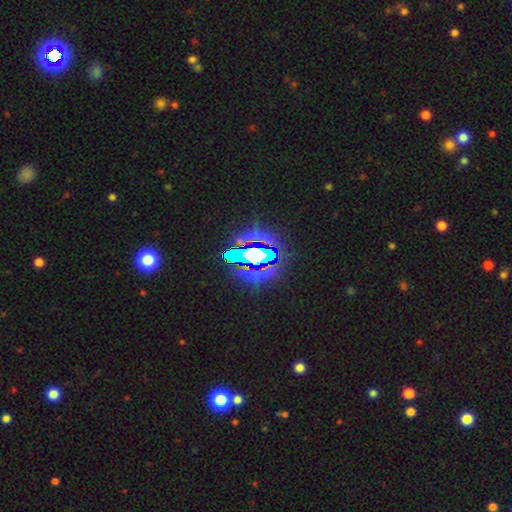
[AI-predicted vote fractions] This is likely a star or artifact rather than a galaxy (69%).